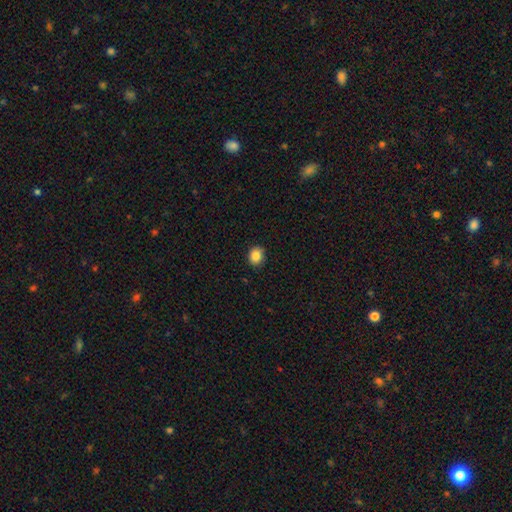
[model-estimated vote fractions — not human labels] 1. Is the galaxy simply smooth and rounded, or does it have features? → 86% smooth, 9% star or artifact, 4% featured or disk.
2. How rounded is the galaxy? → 64% round, 35% in between, 1% cigar-shaped.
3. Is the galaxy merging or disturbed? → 89% none, 8% minor disturbance, 2% major disturbance, 1% merger.